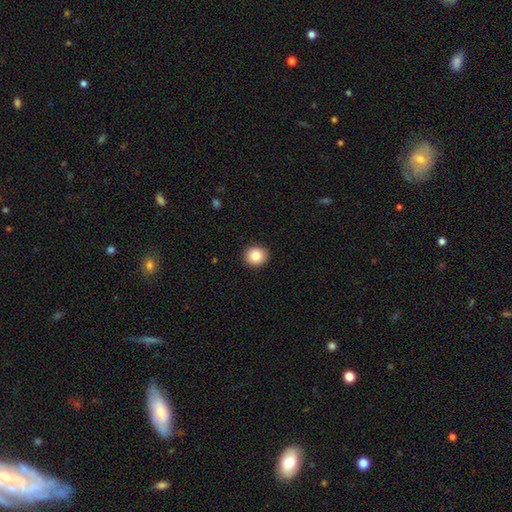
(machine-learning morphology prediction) A smooth galaxy with no disk features (85%) that is round (86%).

Vote fractions:
- Smooth or featured? smooth: 85% / star or artifact: 9% / featured or disk: 6%
- How rounded? round: 86% / in between: 13% / cigar-shaped: 1%
- Merging? none: 92% / minor disturbance: 5% / major disturbance: 2% / merger: 1%